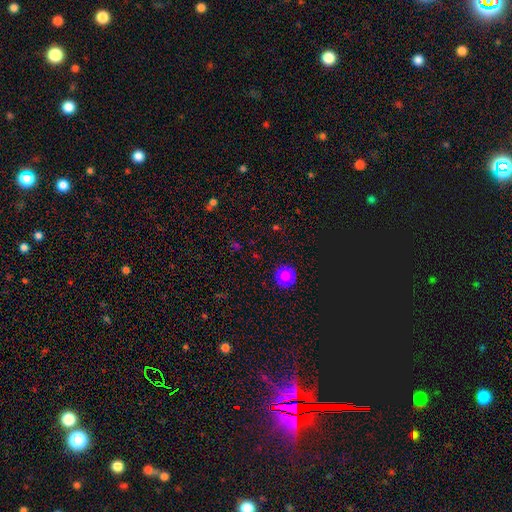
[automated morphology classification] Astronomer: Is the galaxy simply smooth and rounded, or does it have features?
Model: smooth — 62%.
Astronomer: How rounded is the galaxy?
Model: round — 90%.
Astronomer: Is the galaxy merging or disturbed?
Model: none — 88%.